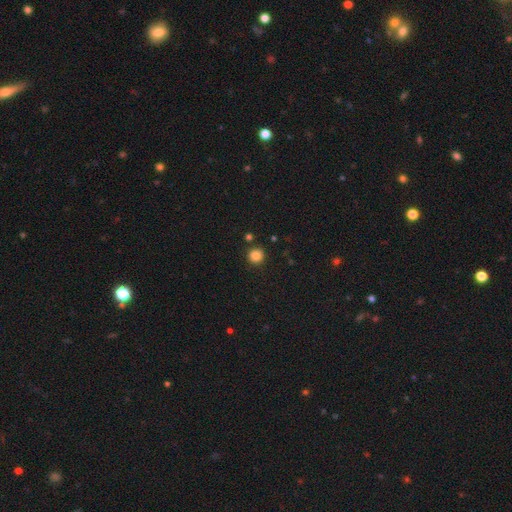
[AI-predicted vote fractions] The model was most divided on "smooth or featured": smooth: 84%, star or artifact: 11%, featured or disk: 4%. More confident: how rounded — round (93%); merging — none (89%).